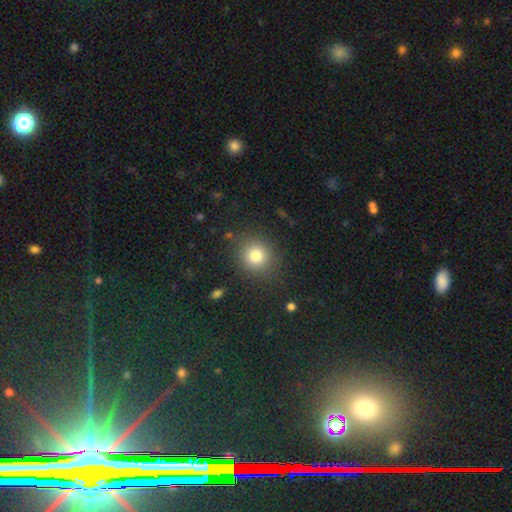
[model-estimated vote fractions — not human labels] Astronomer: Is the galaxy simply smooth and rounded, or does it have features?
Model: smooth — 80%.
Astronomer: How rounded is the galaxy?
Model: round — 86%.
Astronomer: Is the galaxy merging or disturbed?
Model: none — 86%.